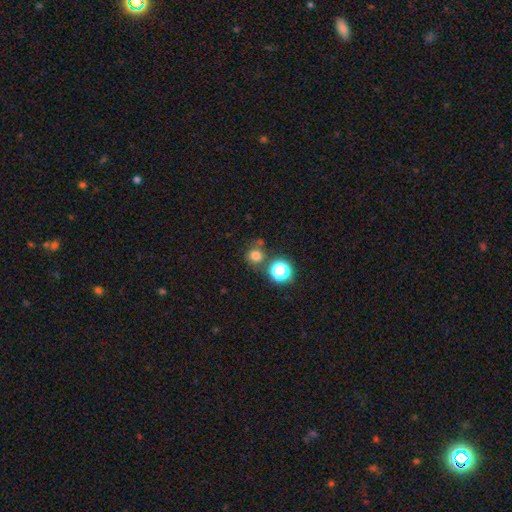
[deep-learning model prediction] This appears to be a smooth galaxy with no disk features (72%) that is round (86%). Merging: none (67%).